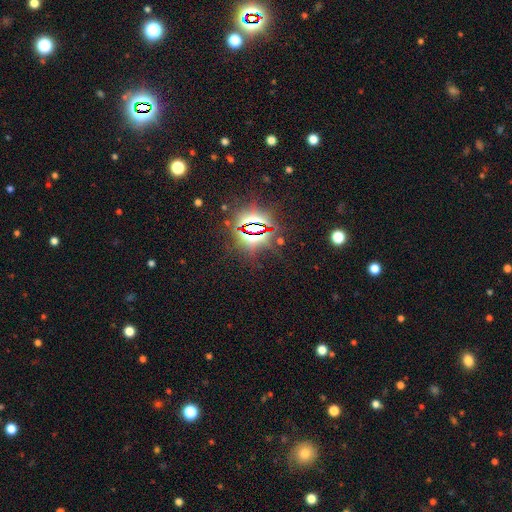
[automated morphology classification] Overall: star or artifact (83%).